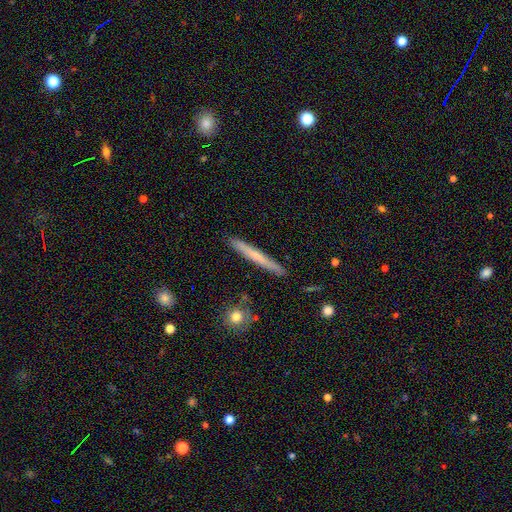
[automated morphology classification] Smooth or featured? smooth (54%)
How rounded? cigar-shaped (96%)
Merging? none (90%)